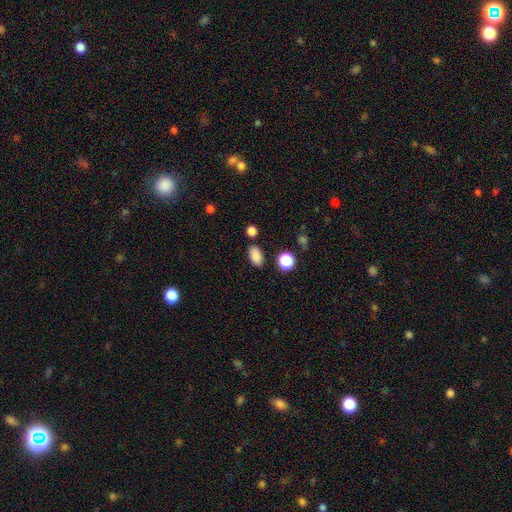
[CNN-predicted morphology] smooth-or-featured: smooth: 86% | star or artifact: 10% | featured or disk: 4%
  how-rounded: in between: 89% | round: 9% | cigar-shaped: 2%
  merging: none: 84% | minor disturbance: 9% | merger: 4% | major disturbance: 3%